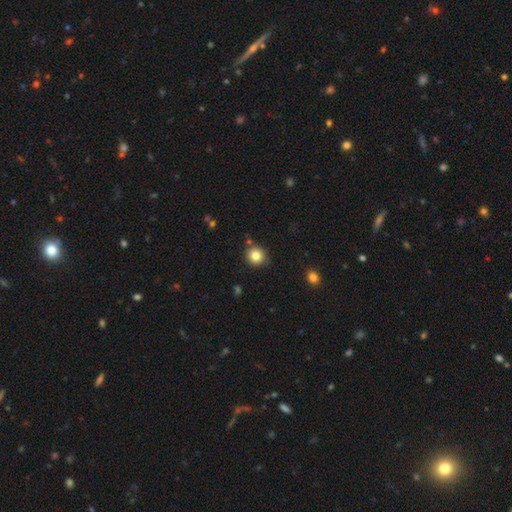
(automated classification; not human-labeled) smooth 82%, star or artifact 11%, featured or disk 7%. Down the decision tree: how rounded — round (92%); merging — none (85%).